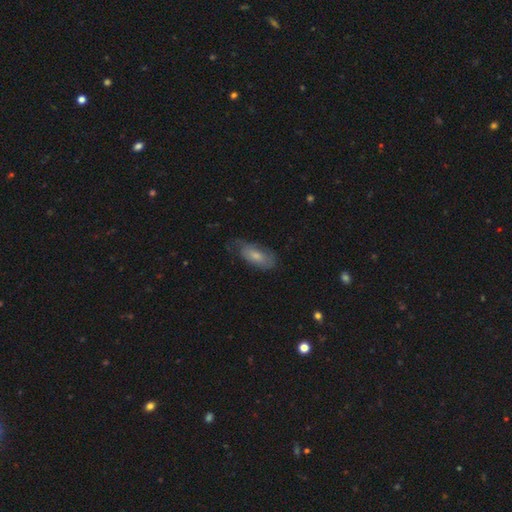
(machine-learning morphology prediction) smooth 64%, featured or disk 29%, star or artifact 7%. Down the decision tree: how rounded — in between (86%); merging — none (54%).